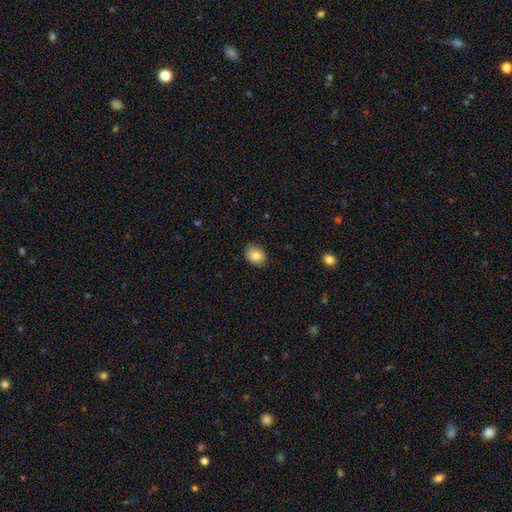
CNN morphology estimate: Smooth or featured: smooth — 84% (star or artifact — 8%)
How rounded: in between — 62% (round — 37%)
Merging: none — 84% (minor disturbance — 12%)